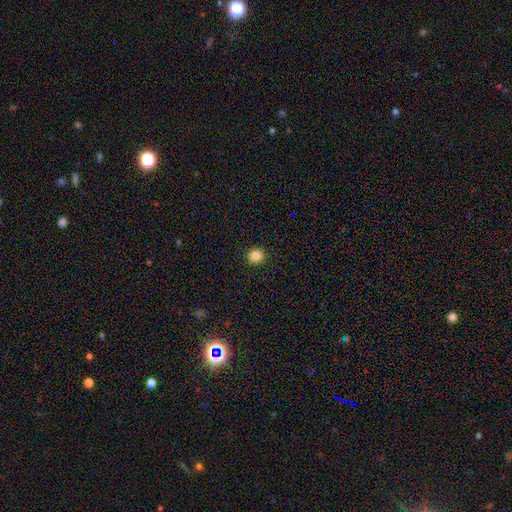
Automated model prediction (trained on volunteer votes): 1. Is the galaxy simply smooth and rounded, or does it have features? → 85% smooth, 11% star or artifact, 4% featured or disk.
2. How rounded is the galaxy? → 90% round, 9% in between, 1% cigar-shaped.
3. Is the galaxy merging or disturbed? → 92% none, 5% minor disturbance, 2% major disturbance, 1% merger.